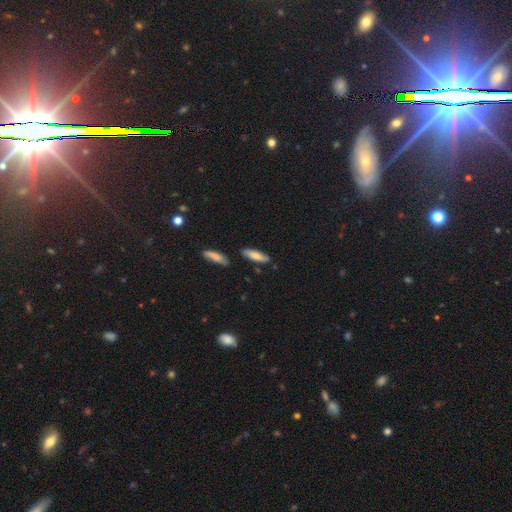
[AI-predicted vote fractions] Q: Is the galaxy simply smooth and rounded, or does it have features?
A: smooth — 73%.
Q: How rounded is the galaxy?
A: cigar-shaped — 57%.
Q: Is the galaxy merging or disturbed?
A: none — 79%.